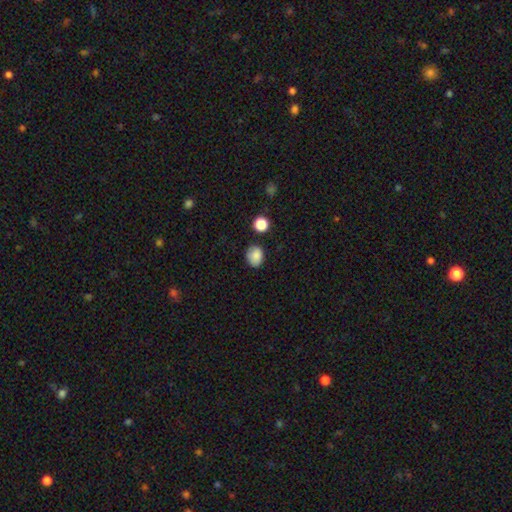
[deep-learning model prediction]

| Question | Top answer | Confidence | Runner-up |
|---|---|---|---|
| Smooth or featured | smooth | 85% | star or artifact (10%) |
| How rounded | round | 55% | in between (44%) |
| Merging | none | 77% | minor disturbance (17%) |